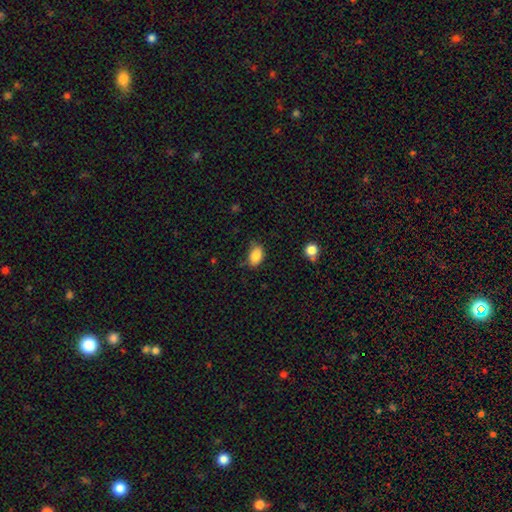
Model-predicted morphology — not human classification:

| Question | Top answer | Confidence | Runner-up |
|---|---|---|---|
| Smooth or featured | smooth | 86% | star or artifact (8%) |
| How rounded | in between | 86% | round (12%) |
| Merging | none | 71% | minor disturbance (22%) |